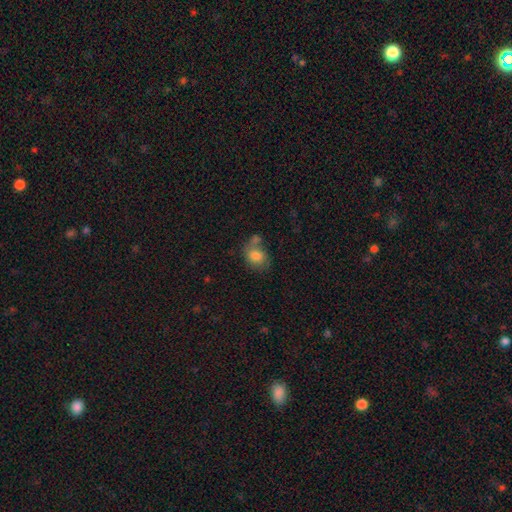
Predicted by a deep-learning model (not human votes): A smooth galaxy with no disk features (80%) that is in between round and cigar-shaped (51%). Merging: none (47%).